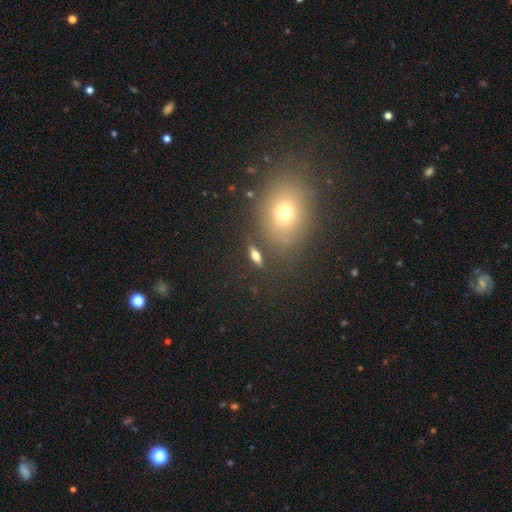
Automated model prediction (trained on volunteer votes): Morphology: type=smooth (59%); roundness=in between (54%); merging=none (82%).